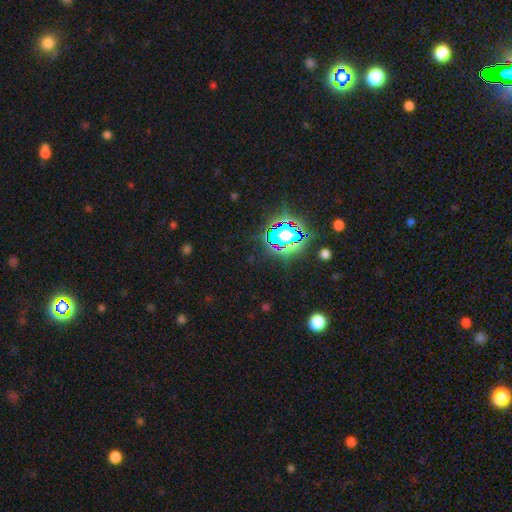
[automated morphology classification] This appears to be a star or artifact, not a galaxy (80%).